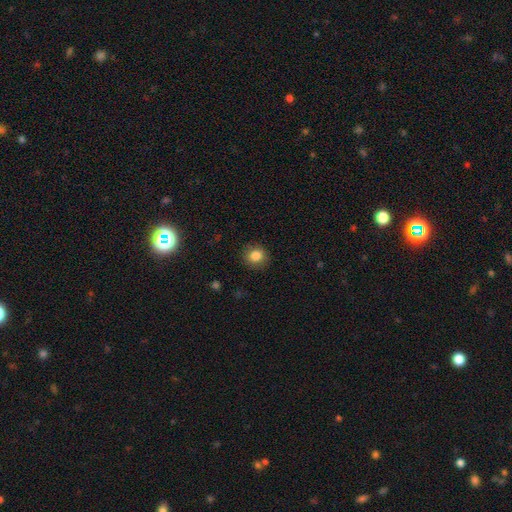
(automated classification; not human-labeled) smooth_or_featured: smooth (p=0.84) [alt: star or artifact p=0.10]
how_rounded: round (p=0.85) [alt: in between p=0.14]
merging: none (p=0.88) [alt: minor disturbance p=0.08]